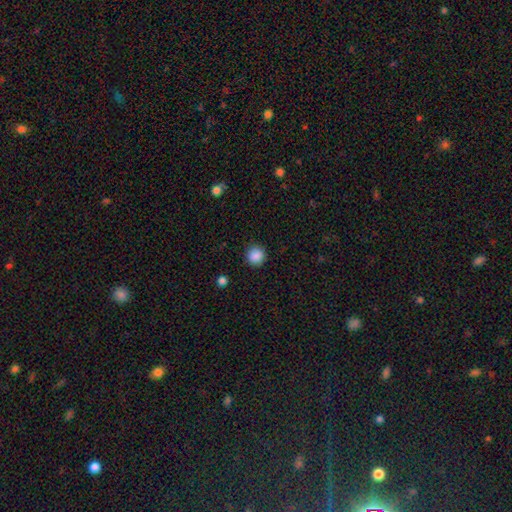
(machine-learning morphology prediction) Smooth or featured? Predicted: smooth (p=0.88). How rounded? Predicted: round (p=0.94). Merging? Predicted: none (p=0.91).